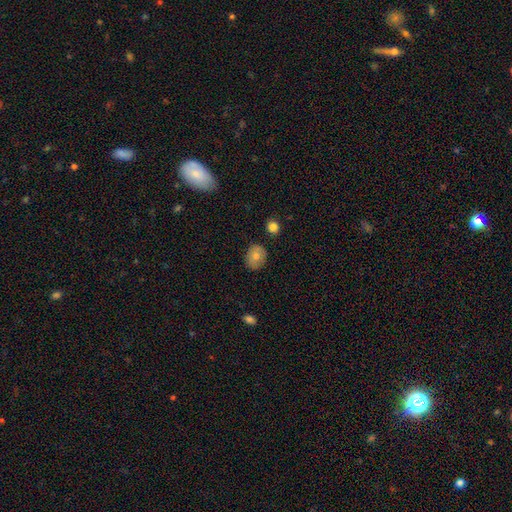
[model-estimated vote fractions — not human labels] Smooth or featured? smooth (71%)
How rounded? round (54%)
Merging? none (83%)